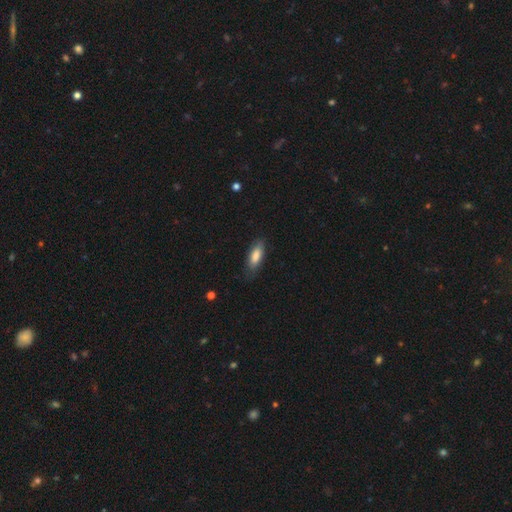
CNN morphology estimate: Smooth or featured?
  - smooth: 80% *
  - featured or disk: 14%
  - star or artifact: 6%
How rounded?
  - in between: 72% *
  - cigar-shaped: 27%
  - round: 2%
Merging?
  - none: 76% *
  - minor disturbance: 18%
  - major disturbance: 4%
  - merger: 1%